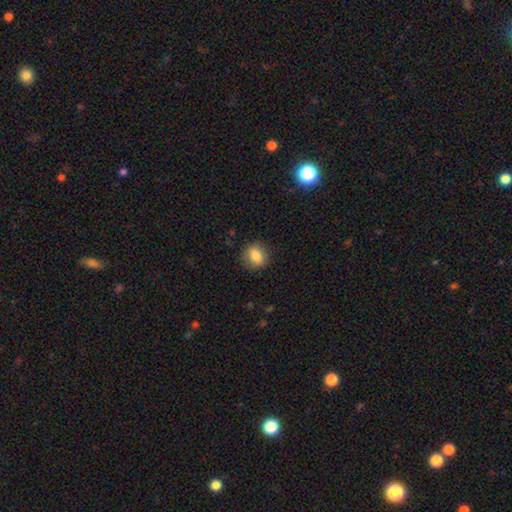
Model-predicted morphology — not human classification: Smooth or featured? Predicted: smooth (p=0.79). How rounded? Predicted: round (p=0.64). Merging? Predicted: none (p=0.85).